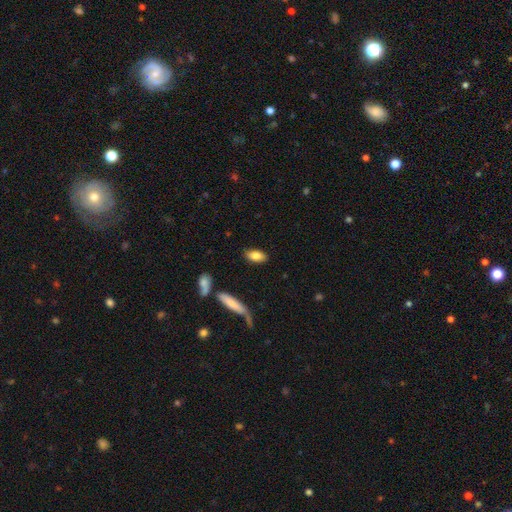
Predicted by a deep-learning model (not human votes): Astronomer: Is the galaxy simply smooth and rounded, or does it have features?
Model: smooth — 83%.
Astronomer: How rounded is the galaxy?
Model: in between — 89%.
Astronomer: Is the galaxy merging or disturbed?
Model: none — 85%.